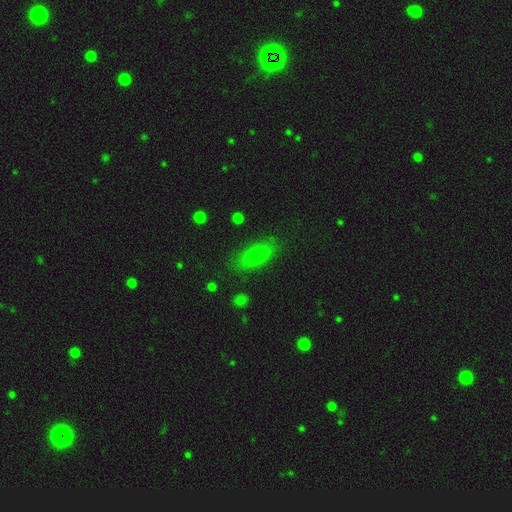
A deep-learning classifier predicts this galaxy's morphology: smooth 72%, featured or disk 17%, star or artifact 11%. Down the decision tree: how rounded — in between (71%); merging — none (83%).